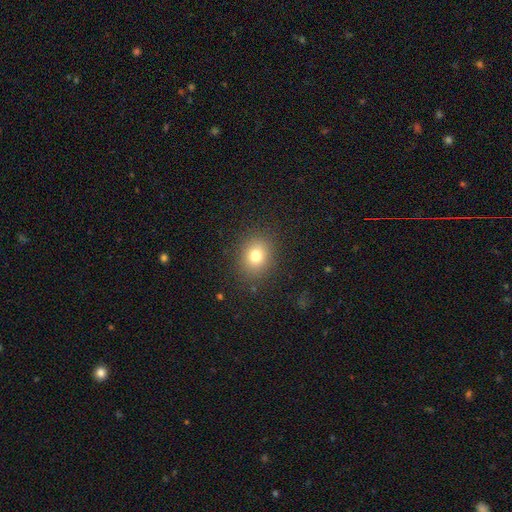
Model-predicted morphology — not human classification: type=smooth (77%); roundness=round (59%); merging=none (87%).